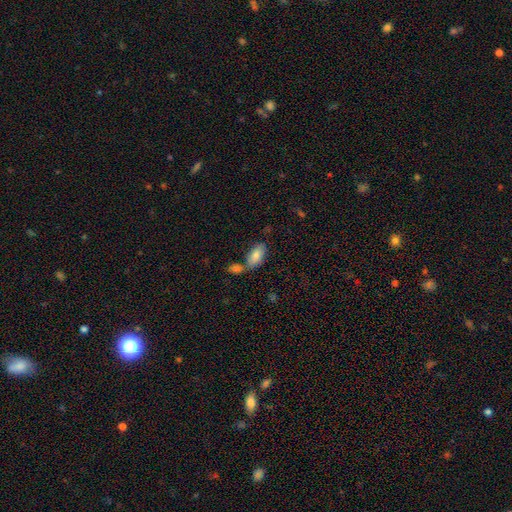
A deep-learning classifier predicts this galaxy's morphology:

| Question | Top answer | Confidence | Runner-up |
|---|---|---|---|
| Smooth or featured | smooth | 83% | featured or disk (11%) |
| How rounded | in between | 92% | cigar-shaped (5%) |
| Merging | none | 53% | merger (29%) |